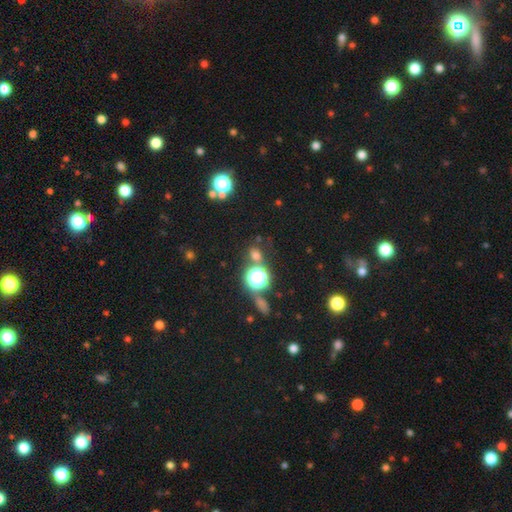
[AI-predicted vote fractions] smooth 59%, star or artifact 34%, featured or disk 7%. Down the decision tree: how rounded — round (71%); merging — none (72%).